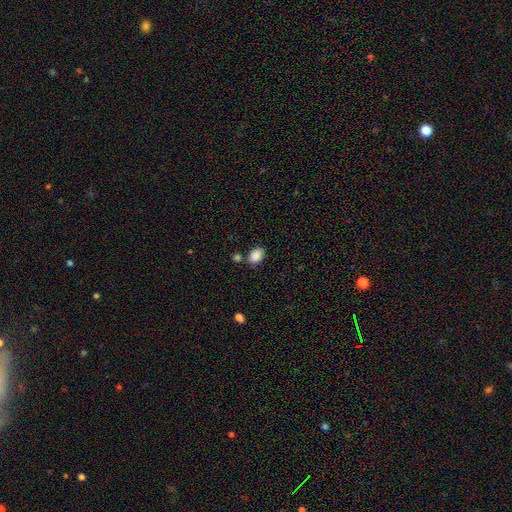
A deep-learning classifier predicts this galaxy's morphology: Smooth or featured?
  - smooth: 88% *
  - star or artifact: 8%
  - featured or disk: 4%
How rounded?
  - in between: 73% *
  - round: 26%
  - cigar-shaped: 1%
Merging?
  - none: 74% *
  - minor disturbance: 14%
  - merger: 8%
  - major disturbance: 4%